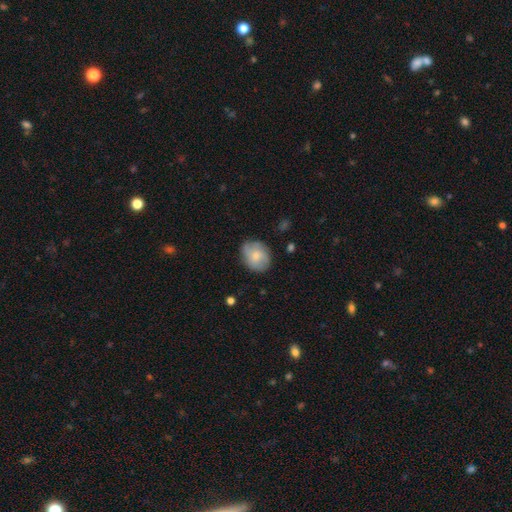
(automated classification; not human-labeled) smooth 64%, featured or disk 29%, star or artifact 7%. Down the decision tree: how rounded — round (55%); merging — none (73%).